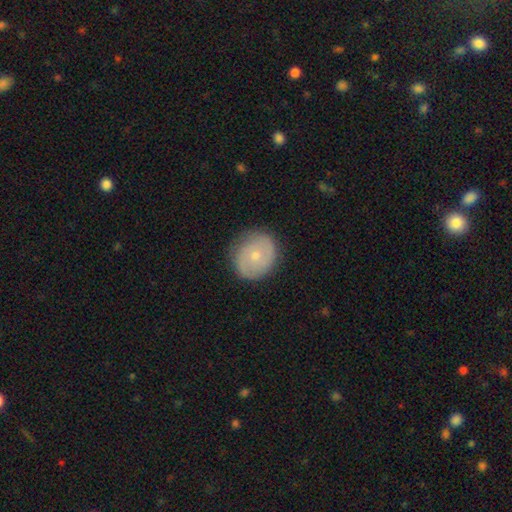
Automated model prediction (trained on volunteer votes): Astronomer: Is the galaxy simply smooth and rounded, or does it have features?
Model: featured or disk — 48% (runner-up: smooth, 45%).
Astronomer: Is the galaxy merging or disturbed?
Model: none — 82%.